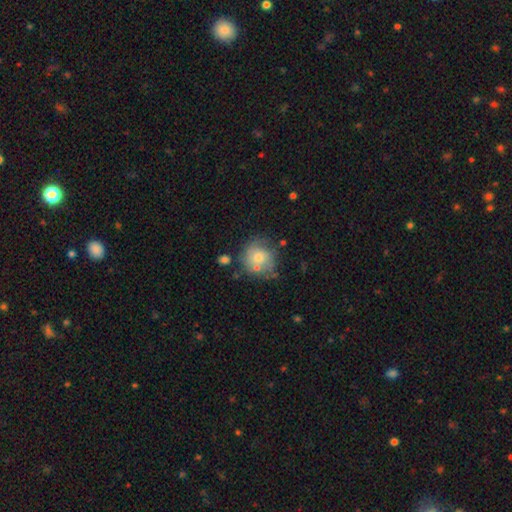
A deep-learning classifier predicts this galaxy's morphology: The model was most divided on "smooth or featured": smooth: 57%, featured or disk: 33%, star or artifact: 10%. More confident: how rounded — round (81%); merging — none (58%).